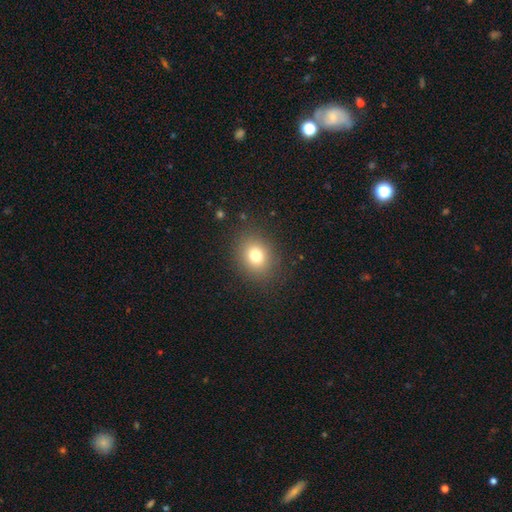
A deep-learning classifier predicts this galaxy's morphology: Q: Smooth or featured?
A: smooth (76%); runner-up: star or artifact (13%)
Q: How rounded?
A: round (63%); runner-up: in between (36%)
Q: Merging?
A: none (87%); runner-up: minor disturbance (8%)